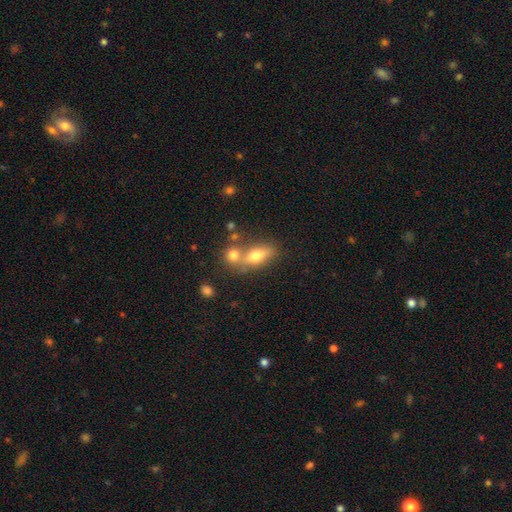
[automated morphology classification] Smooth or featured?
  - smooth: 69% *
  - featured or disk: 22%
  - star or artifact: 9%
How rounded?
  - in between: 70% *
  - cigar-shaped: 20%
  - round: 10%
Merging?
  - none: 45% *
  - merger: 38%
  - minor disturbance: 12%
  - major disturbance: 5%